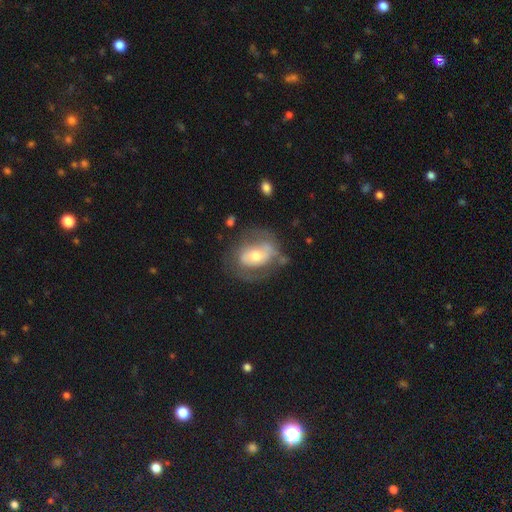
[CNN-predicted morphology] The model was most divided on "spiral arms" (2-way tie): no: 50%, yes: 50%. More confident: edge-on disk — no (94%); bulge size — moderate (62%); smooth or featured — featured or disk (59%); merging — none (54%); bar — no (52%).